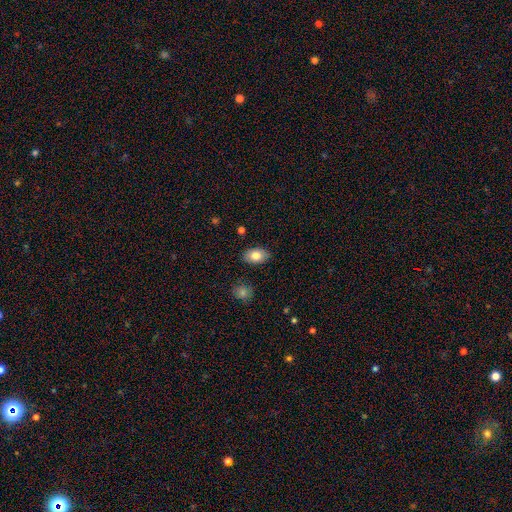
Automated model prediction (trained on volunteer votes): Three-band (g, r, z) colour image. It shows a smooth galaxy with no disk features (80%) that is in between round and cigar-shaped (90%). Merging: none (87%).